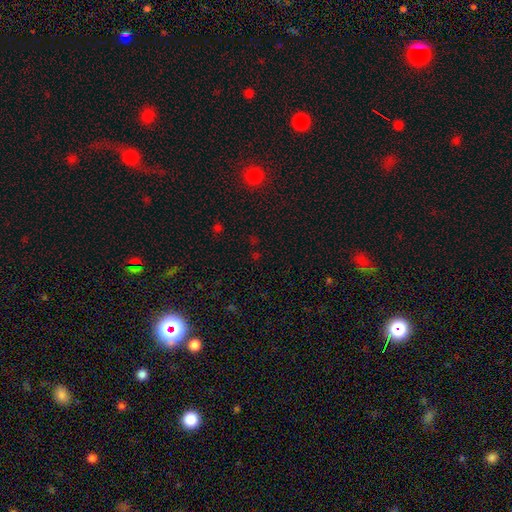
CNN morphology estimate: This appears to be a star or artifact, not a galaxy (63%).